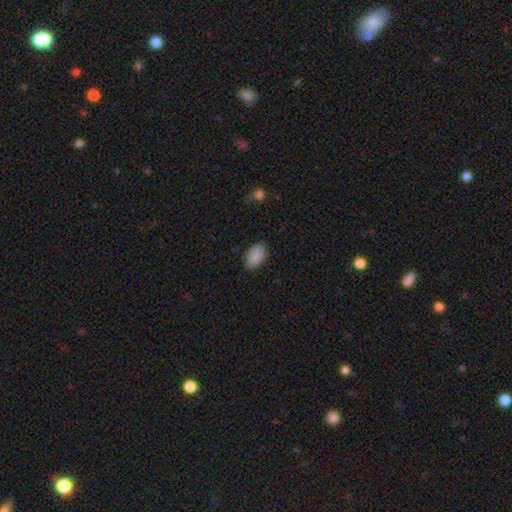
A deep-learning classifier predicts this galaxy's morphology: The model was most divided on "merging": none: 85%, minor disturbance: 12%, major disturbance: 3%, merger: 1%. More confident: how rounded — in between (91%); smooth or featured — smooth (89%).